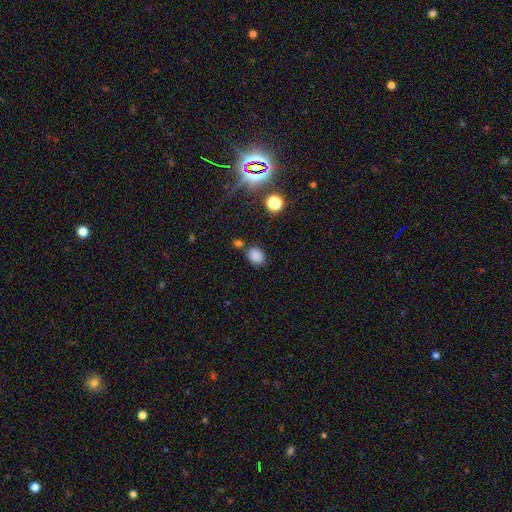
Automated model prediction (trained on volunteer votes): Smooth or featured?
  - smooth: 82% *
  - star or artifact: 13%
  - featured or disk: 5%
How rounded?
  - in between: 62% *
  - round: 37%
  - cigar-shaped: 1%
Merging?
  - none: 76% *
  - minor disturbance: 14%
  - merger: 7%
  - major disturbance: 4%